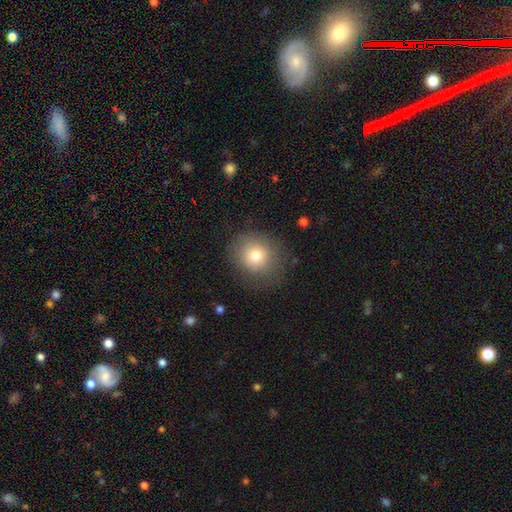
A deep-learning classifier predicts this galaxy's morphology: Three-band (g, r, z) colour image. It shows a smooth galaxy with no disk features (76%) that is round (80%). Merging: none (80%).